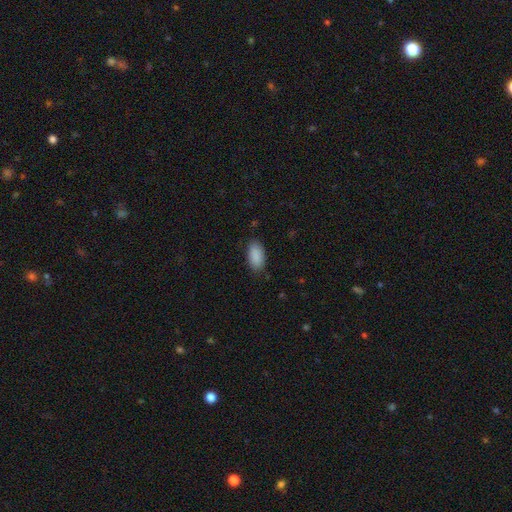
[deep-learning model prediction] Smooth or featured? smooth (90%)
How rounded? in between (94%)
Merging? none (84%)